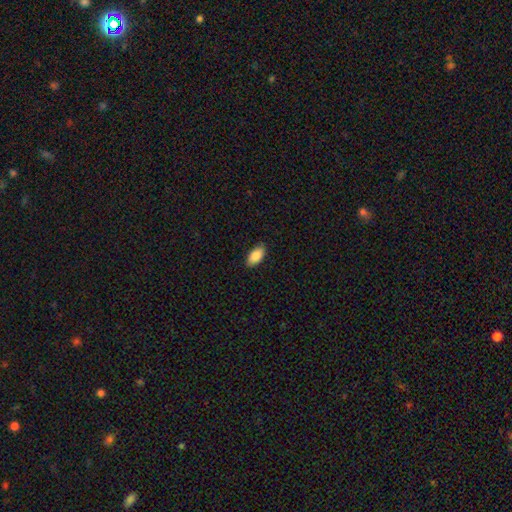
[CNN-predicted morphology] smooth 88%, star or artifact 7%, featured or disk 6%. Down the decision tree: how rounded — in between (93%); merging — none (87%).